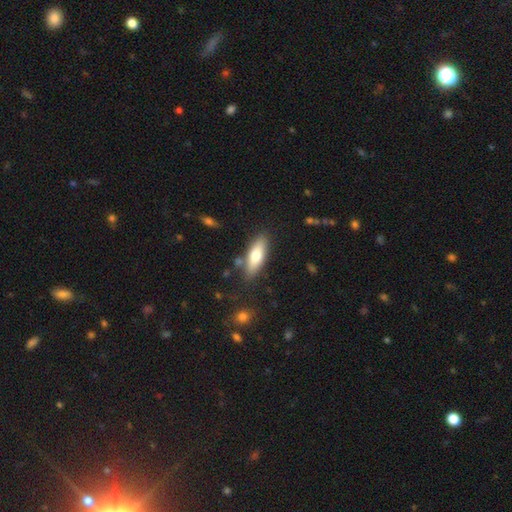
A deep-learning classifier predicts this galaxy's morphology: Smooth or featured? smooth (71%)
How rounded? in between (57%)
Merging? none (80%)